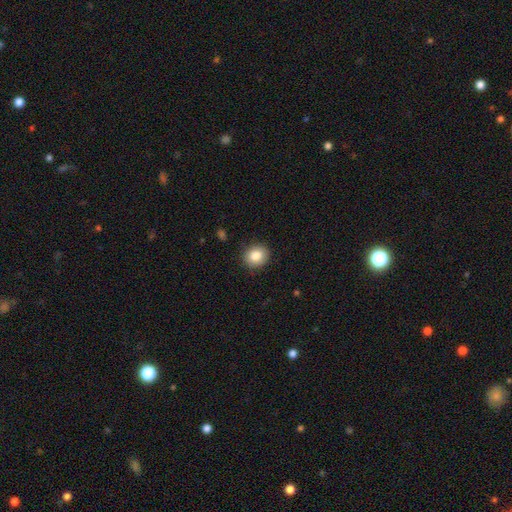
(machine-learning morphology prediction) smooth_or_featured: smooth (p=0.83) [alt: star or artifact p=0.09]
how_rounded: round (p=0.80) [alt: in between p=0.19]
merging: none (p=0.90) [alt: minor disturbance p=0.07]